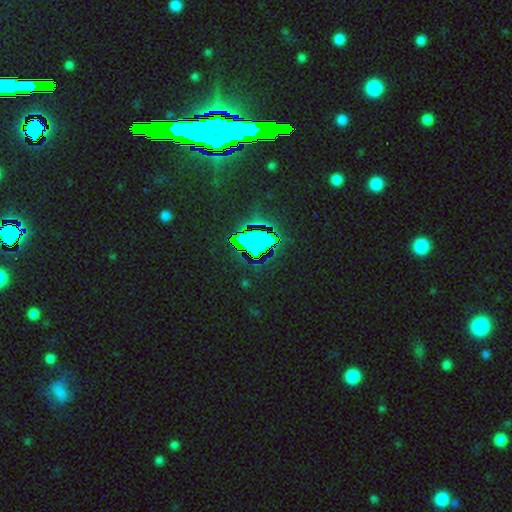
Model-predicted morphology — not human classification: smooth_or_featured: star or artifact (p=0.82) [alt: smooth p=0.09]